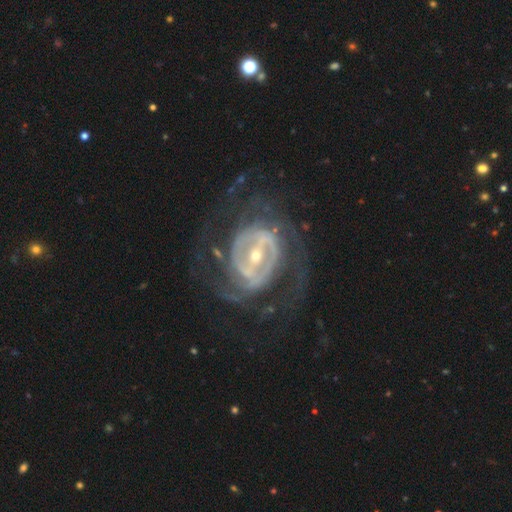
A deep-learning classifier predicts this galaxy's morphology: featured or disk 90%, star or artifact 5%, smooth 5%. Down the decision tree: edge-on disk — no (96%); bar — strong (59%); spiral arms — yes (90%); spiral arm count — 2 (43%); spiral winding — tight (48%); bulge size — small (63%); merging — none (64%).